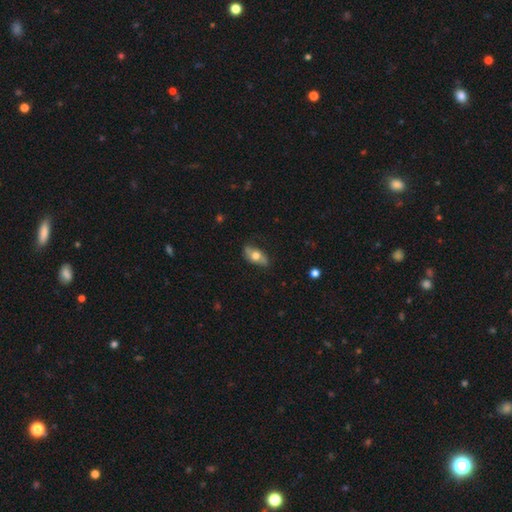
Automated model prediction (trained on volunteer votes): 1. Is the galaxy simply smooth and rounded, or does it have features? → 57% smooth, 36% featured or disk, 6% star or artifact.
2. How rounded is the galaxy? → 85% in between, 9% cigar-shaped, 6% round.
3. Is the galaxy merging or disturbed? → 77% none, 18% minor disturbance, 4% major disturbance, 1% merger.